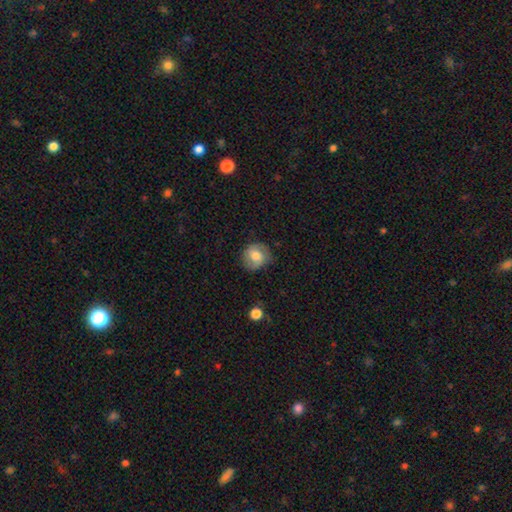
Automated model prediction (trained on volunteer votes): This appears to be a smooth galaxy with no disk features (70%) that is round (84%). Merging: none (78%).